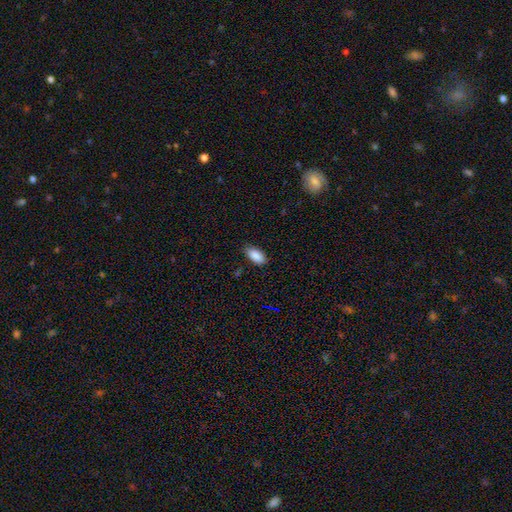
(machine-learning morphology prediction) smooth_or_featured: smooth (p=0.89) [alt: star or artifact p=0.07]
how_rounded: in between (p=0.92) [alt: cigar-shaped p=0.06]
merging: none (p=0.81) [alt: minor disturbance p=0.15]